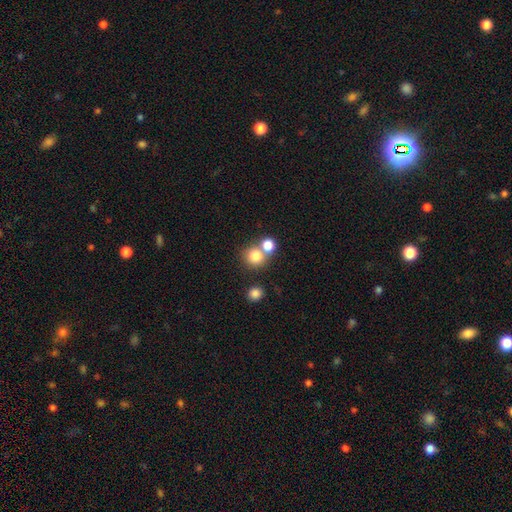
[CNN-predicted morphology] smooth_or_featured: smooth (p=0.79) [alt: star or artifact p=0.13]
how_rounded: round (p=0.88) [alt: in between p=0.12]
merging: none (p=0.56) [alt: merger p=0.34]